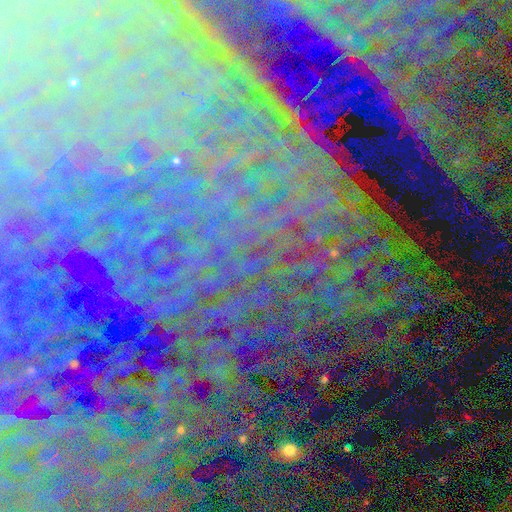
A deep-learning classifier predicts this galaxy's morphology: This appears to be a star or artifact, not a galaxy (85%).